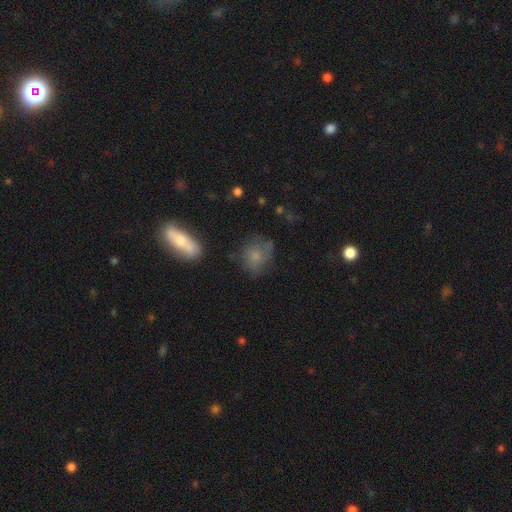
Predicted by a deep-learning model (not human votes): Q: Smooth or featured?
A: smooth (63%); runner-up: featured or disk (26%)
Q: How rounded?
A: round (62%); runner-up: in between (36%)
Q: Merging?
A: none (57%); runner-up: minor disturbance (25%)